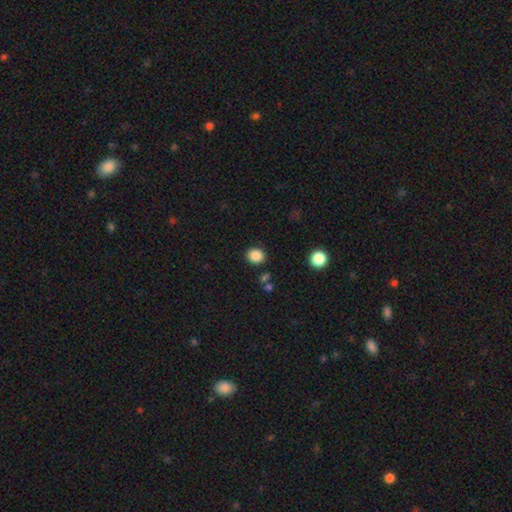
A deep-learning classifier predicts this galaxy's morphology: Q: Smooth or featured?
A: smooth (86%); runner-up: star or artifact (11%)
Q: How rounded?
A: round (76%); runner-up: in between (23%)
Q: Merging?
A: none (86%); runner-up: minor disturbance (8%)